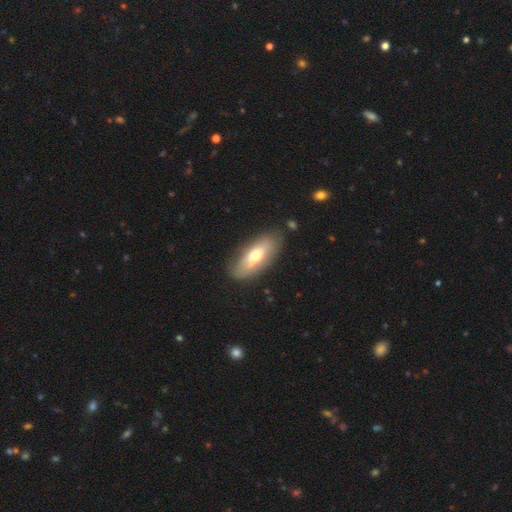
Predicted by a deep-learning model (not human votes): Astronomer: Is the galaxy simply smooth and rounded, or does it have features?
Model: smooth — 56% (runner-up: featured or disk, 38%).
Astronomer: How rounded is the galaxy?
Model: in between — 78%.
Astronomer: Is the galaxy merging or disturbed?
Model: none — 78%.